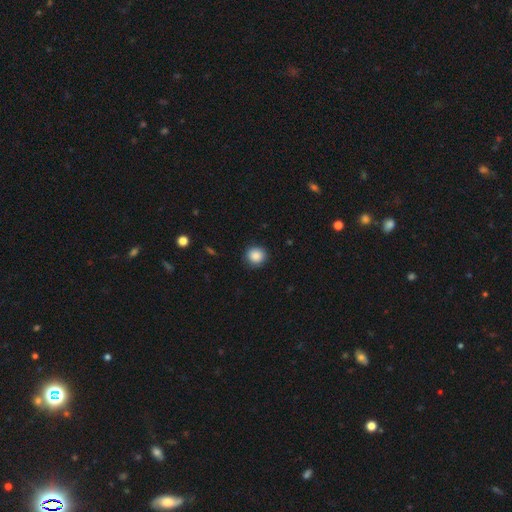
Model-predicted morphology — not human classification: A smooth galaxy with no disk features (88%) that is round (89%). Merging: none (89%).